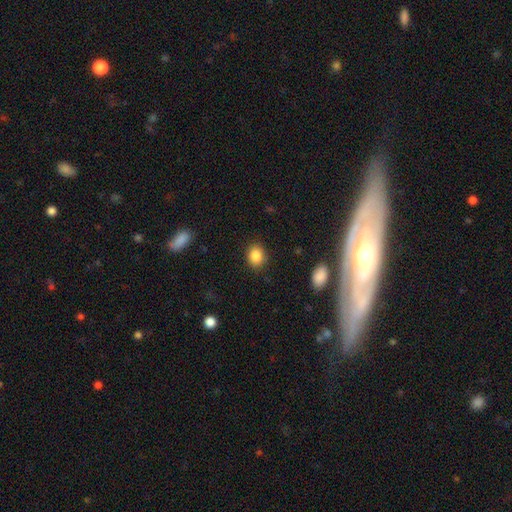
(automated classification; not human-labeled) This appears to be a smooth galaxy with no disk features (86%) that is round (51%). Merging: none (86%).